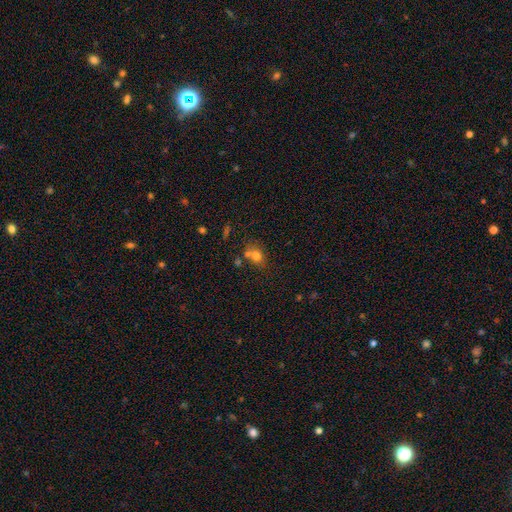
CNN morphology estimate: A smooth galaxy with no disk features (73%) that is round (56%).

Vote fractions:
- Smooth or featured? smooth: 73% / star or artifact: 14% / featured or disk: 13%
- How rounded? round: 56% / in between: 43% / cigar-shaped: 1%
- Merging? none: 45% / merger: 35% / minor disturbance: 14% / major disturbance: 6%